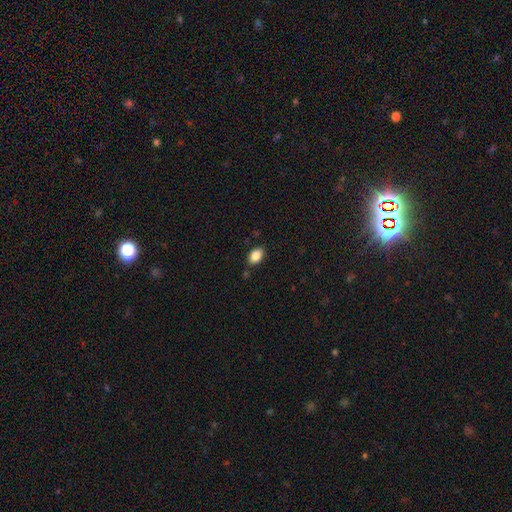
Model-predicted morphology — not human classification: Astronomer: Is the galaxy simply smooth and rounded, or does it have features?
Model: smooth — 87%.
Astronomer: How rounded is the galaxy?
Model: in between — 86%.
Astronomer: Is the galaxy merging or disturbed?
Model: none — 85%.